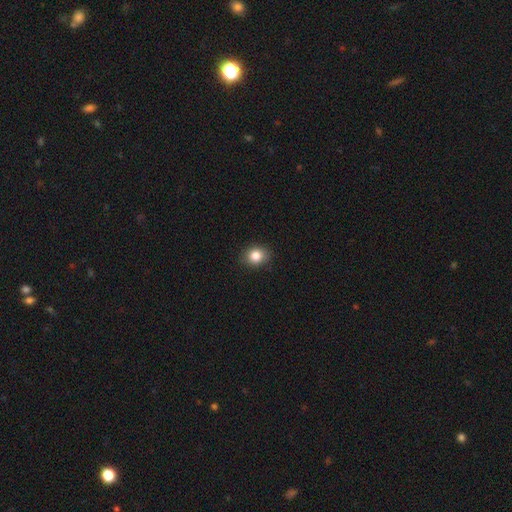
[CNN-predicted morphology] Overall: smooth (84%). How rounded: round (58%; in between 41%). Merging: none (86%).